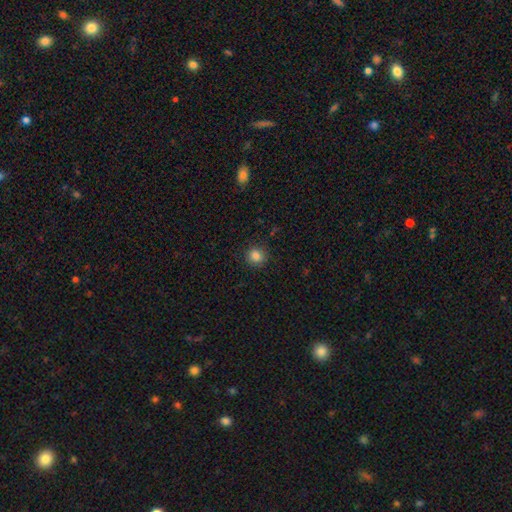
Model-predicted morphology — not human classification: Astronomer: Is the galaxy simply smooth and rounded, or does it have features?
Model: smooth — 85%.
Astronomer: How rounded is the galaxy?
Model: round — 91%.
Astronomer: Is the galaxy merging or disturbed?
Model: none — 90%.